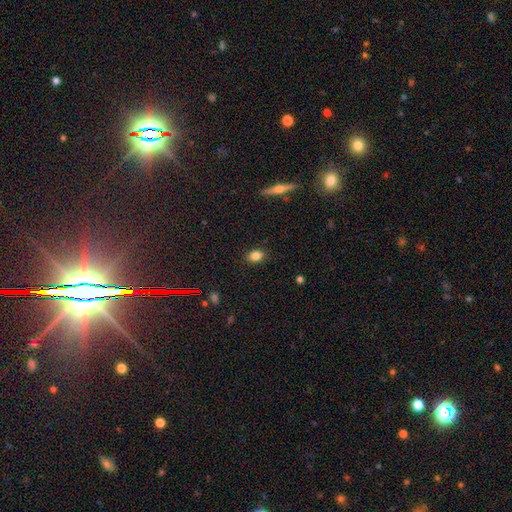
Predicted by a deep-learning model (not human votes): Smooth or featured: smooth — 83% (star or artifact — 10%)
How rounded: in between — 71% (round — 27%)
Merging: none — 88% (minor disturbance — 9%)